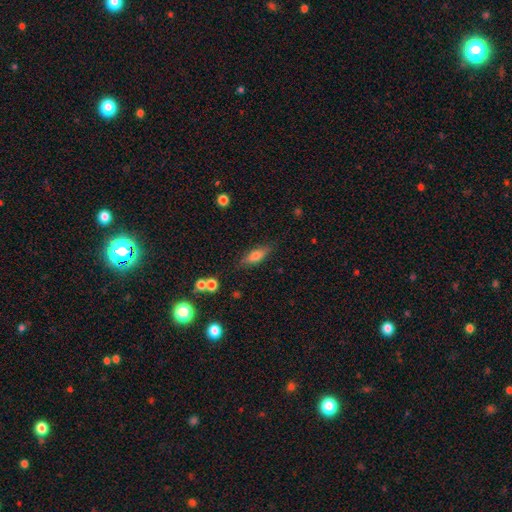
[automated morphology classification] Q: Smooth or featured?
A: smooth (68%); runner-up: featured or disk (23%)
Q: How rounded?
A: in between (61%); runner-up: cigar-shaped (36%)
Q: Merging?
A: none (81%); runner-up: minor disturbance (13%)